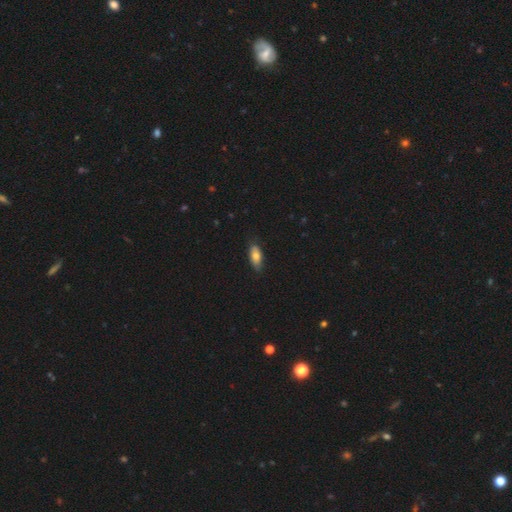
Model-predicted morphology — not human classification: This appears to be a smooth galaxy with no disk features (74%) that is in between round and cigar-shaped (81%). Merging: none (78%).